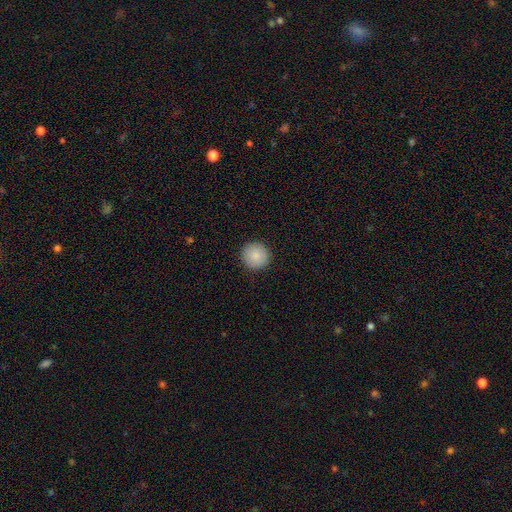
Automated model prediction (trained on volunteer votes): Smooth or featured? smooth (88%)
How rounded? round (95%)
Merging? none (92%)